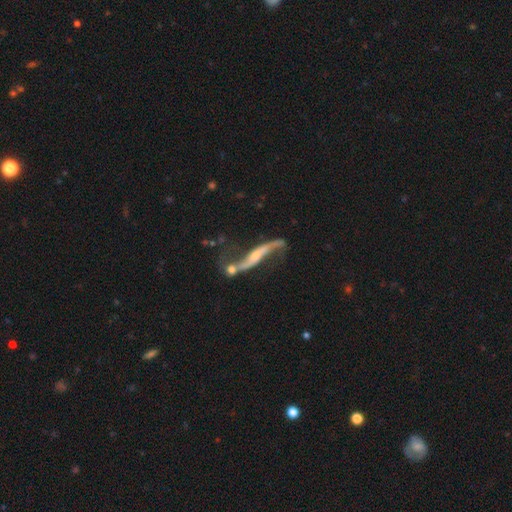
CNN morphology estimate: Smooth or featured? Predicted: featured or disk (p=0.84). Edge-on disk? Predicted: no (p=0.65). Bar? Predicted: no (p=0.41). Spiral arms? Predicted: yes (p=0.90). Bulge size? Predicted: small (p=0.51). Merging? Predicted: none (p=0.45).